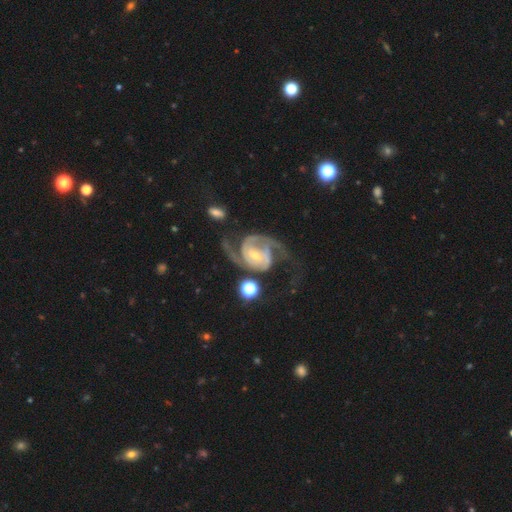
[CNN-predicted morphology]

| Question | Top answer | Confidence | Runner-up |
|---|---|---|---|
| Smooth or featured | featured or disk | 92% | star or artifact (4%) |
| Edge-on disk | no | 98% | yes (2%) |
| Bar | weak | 42% | no (37%) |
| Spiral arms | yes | 98% | no (2%) |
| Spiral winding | medium | 54% | loose (23%) |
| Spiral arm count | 2 | 87% | 3 (5%) |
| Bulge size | small | 57% | moderate (37%) |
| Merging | none | 55% | major disturbance (21%) |